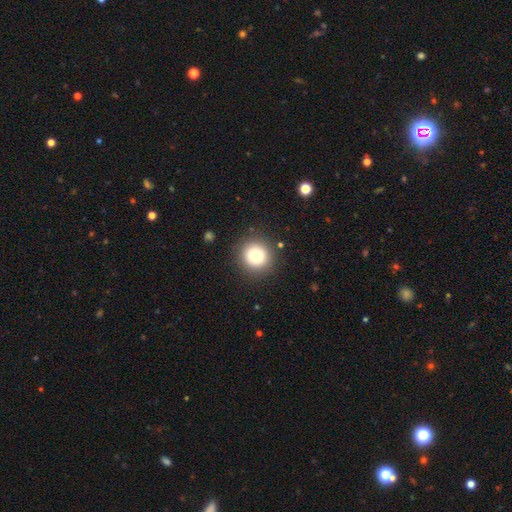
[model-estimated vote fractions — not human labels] This is likely a smooth galaxy (79%). How rounded: clearly round (94%). Merging: clearly none (89%).